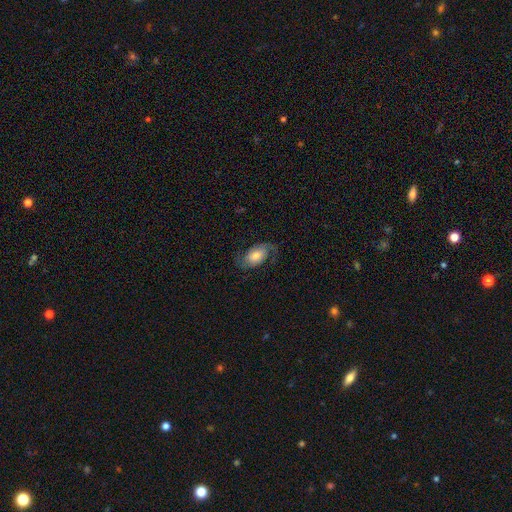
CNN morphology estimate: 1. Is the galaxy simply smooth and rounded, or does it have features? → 58% featured or disk, 34% smooth, 8% star or artifact.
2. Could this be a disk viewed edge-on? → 95% no, 5% yes.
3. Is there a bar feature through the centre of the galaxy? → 66% no, 26% weak, 7% strong.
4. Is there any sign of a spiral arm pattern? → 89% yes, 11% no.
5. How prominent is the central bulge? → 49% moderate, 26% small, 18% large, 4% dominant, 4% none.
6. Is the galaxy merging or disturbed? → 67% none, 19% minor disturbance, 13% major disturbance, 1% merger.